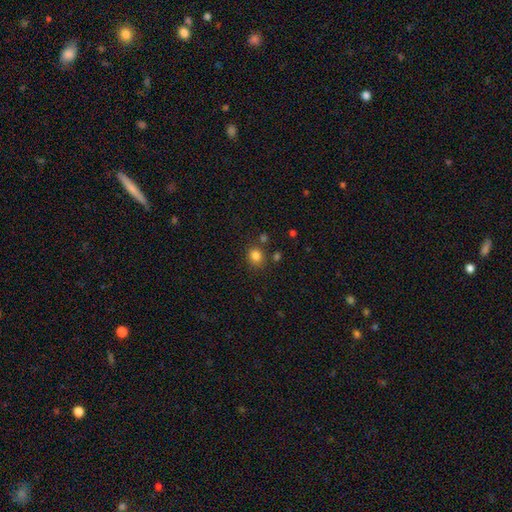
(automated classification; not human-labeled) Q: Smooth or featured?
A: smooth (82%); runner-up: star or artifact (13%)
Q: How rounded?
A: round (79%); runner-up: in between (20%)
Q: Merging?
A: none (82%); runner-up: minor disturbance (9%)